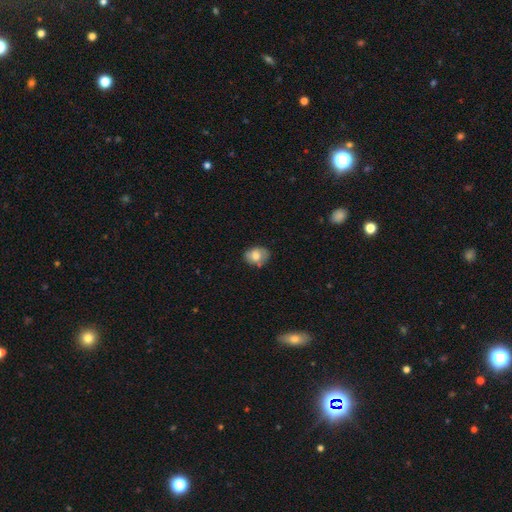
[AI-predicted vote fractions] Overall: smooth (73%). How rounded: in between (61%; round 38%). Merging: none (65%; minor disturbance 26%).